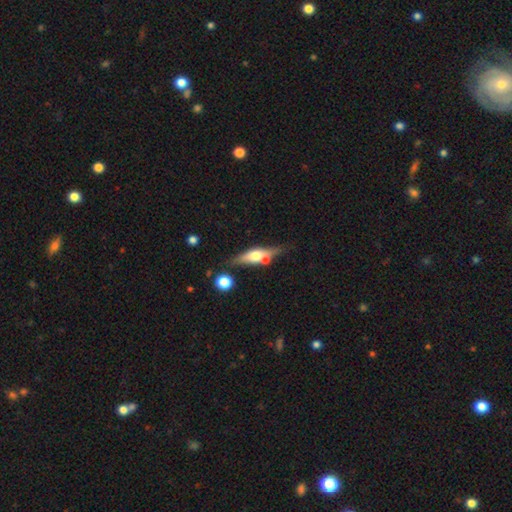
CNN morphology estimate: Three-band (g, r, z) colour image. It shows a featured or disk galaxy (62%) viewed edge-on (91%) with a rounded central bulge (92%). Merging: none (68%).